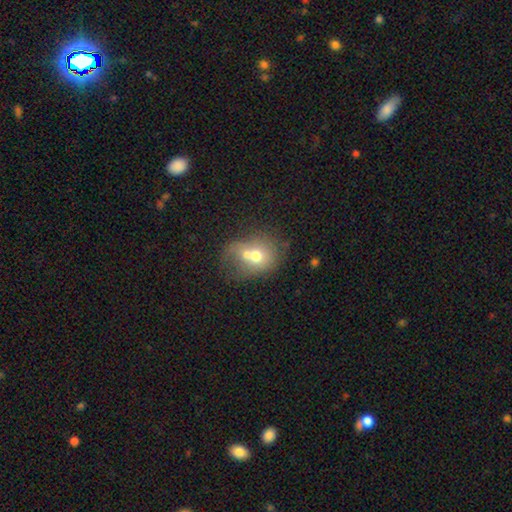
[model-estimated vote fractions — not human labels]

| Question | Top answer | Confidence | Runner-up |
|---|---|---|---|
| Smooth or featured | smooth | 62% | featured or disk (27%) |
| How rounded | round | 60% | in between (39%) |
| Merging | merger | 59% | none (23%) |